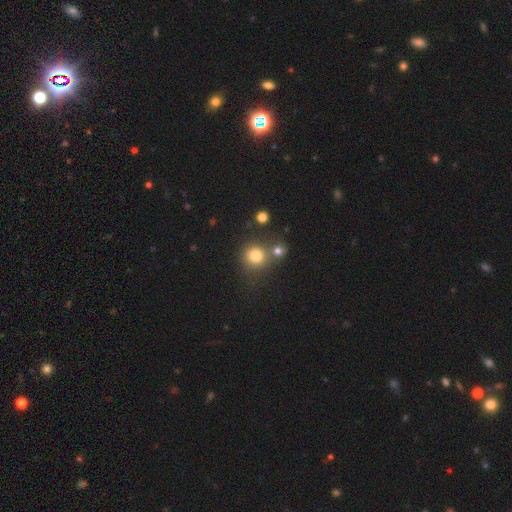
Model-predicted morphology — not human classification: Smooth or featured?
  - smooth: 78% *
  - star or artifact: 14%
  - featured or disk: 8%
How rounded?
  - round: 88% *
  - in between: 11%
  - cigar-shaped: 1%
Merging?
  - none: 61% *
  - merger: 25%
  - minor disturbance: 9%
  - major disturbance: 4%